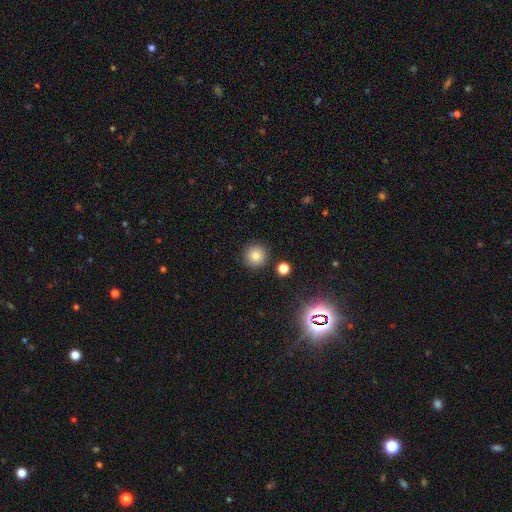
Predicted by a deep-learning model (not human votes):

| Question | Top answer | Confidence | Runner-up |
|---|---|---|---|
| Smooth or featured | smooth | 82% | star or artifact (11%) |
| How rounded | round | 95% | in between (4%) |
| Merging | none | 90% | minor disturbance (6%) |